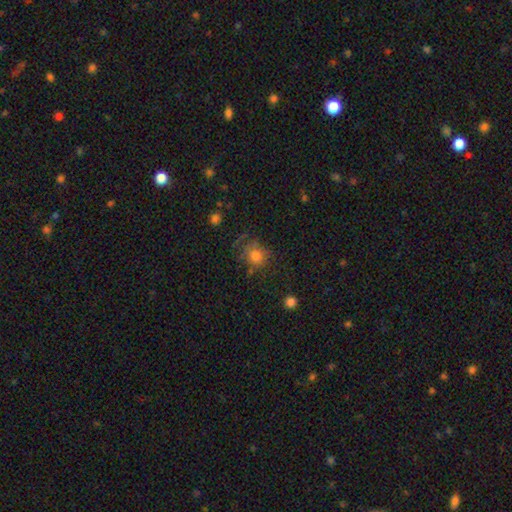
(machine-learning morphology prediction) Overall: smooth (74%). How rounded: round (74%). Merging: none (58%; minor disturbance 23%).